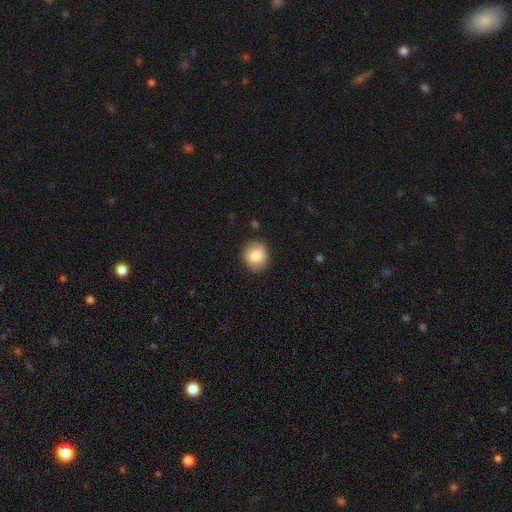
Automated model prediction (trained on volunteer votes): The model was most divided on "how rounded": round: 78%, in between: 21%, cigar-shaped: 1%. More confident: merging — none (85%); smooth or featured — smooth (80%).